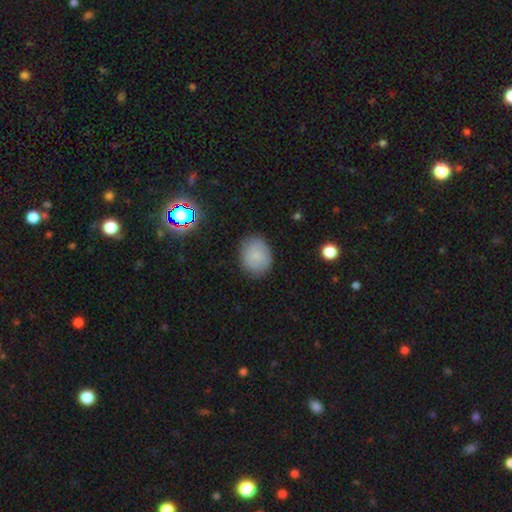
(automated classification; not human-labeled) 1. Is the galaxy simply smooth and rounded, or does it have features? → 80% smooth, 10% star or artifact, 10% featured or disk.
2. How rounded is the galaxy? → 55% round, 44% in between, 1% cigar-shaped.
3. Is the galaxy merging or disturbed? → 83% none, 13% minor disturbance, 3% major disturbance, 1% merger.